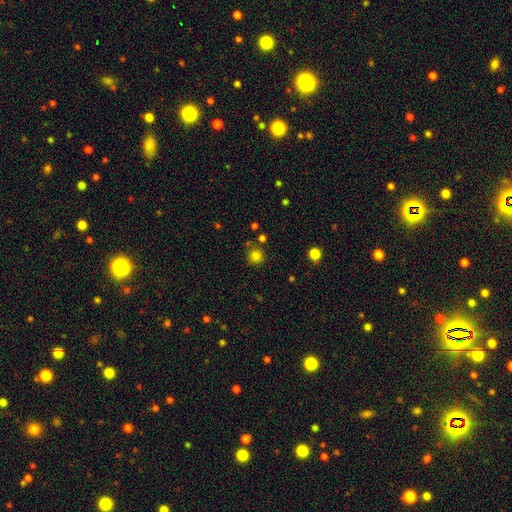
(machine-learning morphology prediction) smooth 81%, star or artifact 15%, featured or disk 4%. Down the decision tree: how rounded — round (92%); merging — none (79%).